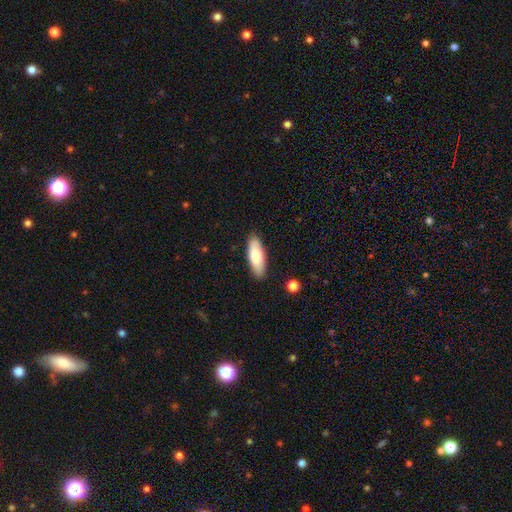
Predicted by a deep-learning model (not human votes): A smooth galaxy with no disk features (79%) that is in between round and cigar-shaped (67%). Merging: none (87%).